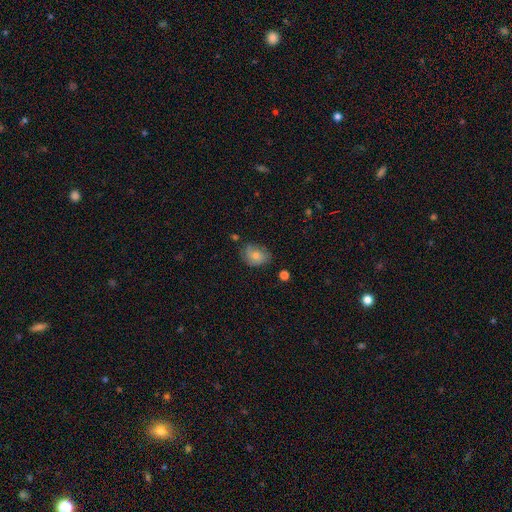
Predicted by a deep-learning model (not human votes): A smooth galaxy with no disk features (74%) that is in between round and cigar-shaped (70%). Merging: none (64%).